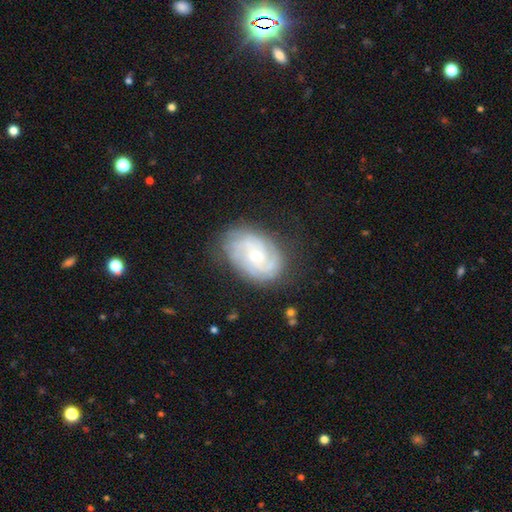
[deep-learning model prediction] Overall: featured or disk (81%). Edge-on disk: no (97%). Bar: no (65%; weak 30%). Spiral arms: yes (95%). Spiral arm count: can't tell (30%; 2 26%). Spiral winding: tight (66%; medium 28%). Bulge size: small (48%; moderate 47%). Merging: none (77%).